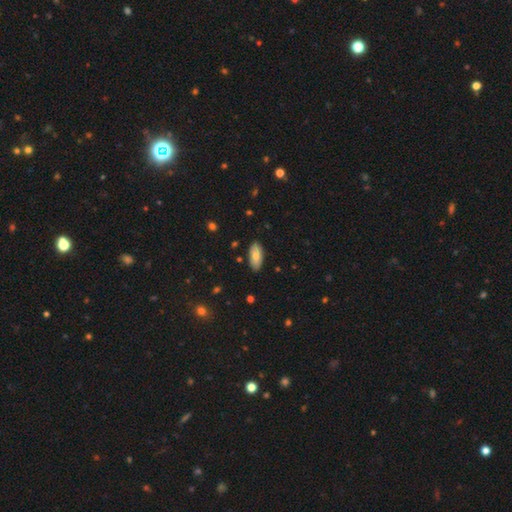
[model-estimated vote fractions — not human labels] Smooth or featured?
  - smooth: 73% *
  - featured or disk: 20%
  - star or artifact: 7%
How rounded?
  - in between: 89% *
  - cigar-shaped: 9%
  - round: 2%
Merging?
  - none: 88% *
  - minor disturbance: 9%
  - major disturbance: 2%
  - merger: 1%